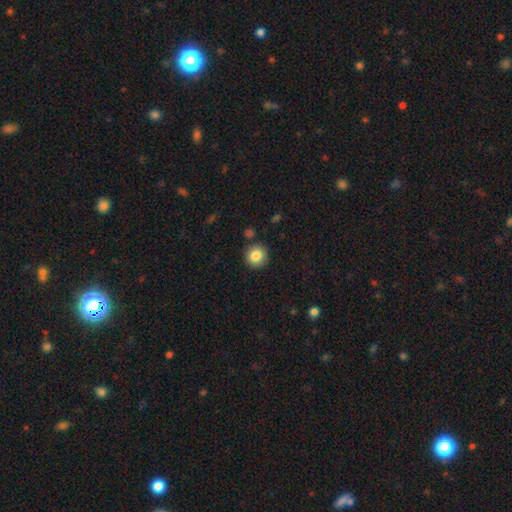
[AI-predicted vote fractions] Smooth or featured? Predicted: smooth (p=0.85). How rounded? Predicted: round (p=0.93). Merging? Predicted: none (p=0.88).